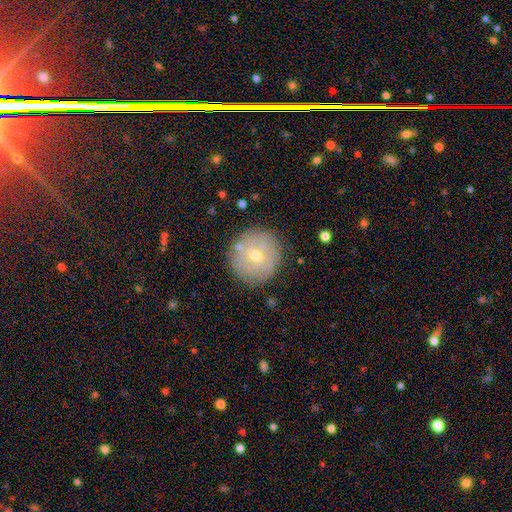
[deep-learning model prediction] A smooth galaxy with no disk features (52%) that is round (94%). Merging: none (84%).